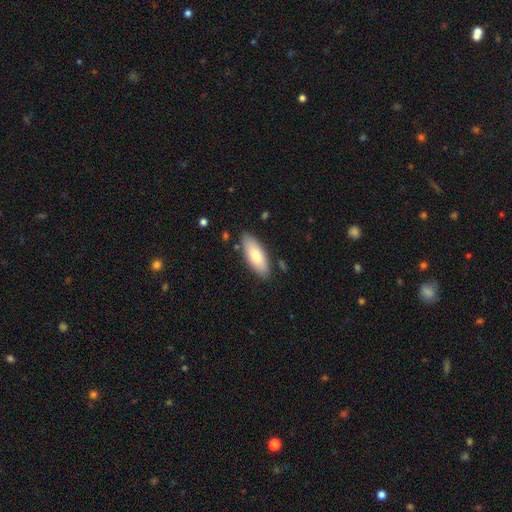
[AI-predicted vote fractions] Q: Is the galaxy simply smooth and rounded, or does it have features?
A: smooth — 74%.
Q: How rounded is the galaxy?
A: in between — 75%.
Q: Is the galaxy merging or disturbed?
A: none — 84%.